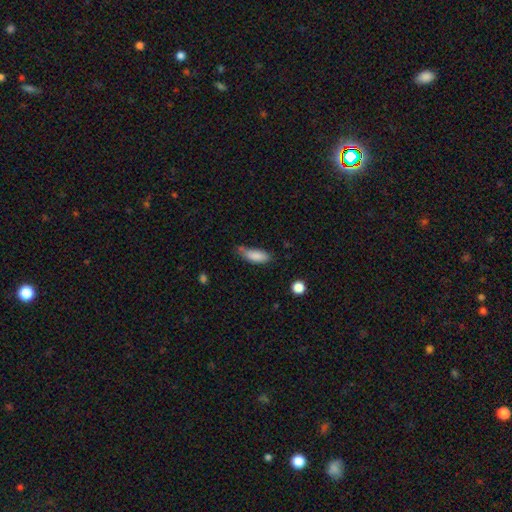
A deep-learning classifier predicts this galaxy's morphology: Smooth or featured? smooth (85%)
How rounded? in between (72%)
Merging? none (53%)